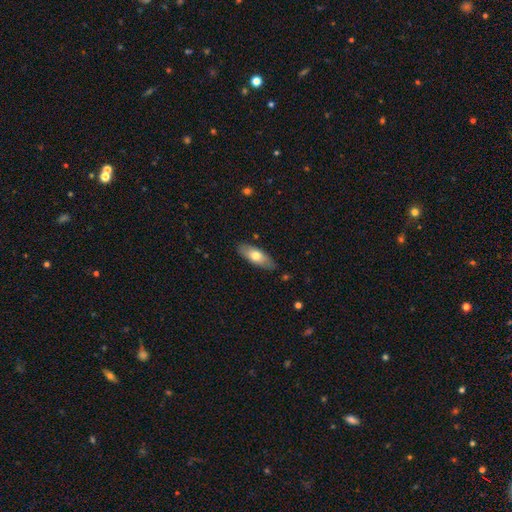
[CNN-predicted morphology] A smooth galaxy with no disk features (67%) that is in between round and cigar-shaped (73%).

Vote fractions:
- Smooth or featured? smooth: 67% / featured or disk: 27% / star or artifact: 6%
- How rounded? in between: 73% / cigar-shaped: 24% / round: 2%
- Merging? none: 84% / minor disturbance: 12% / major disturbance: 2% / merger: 2%